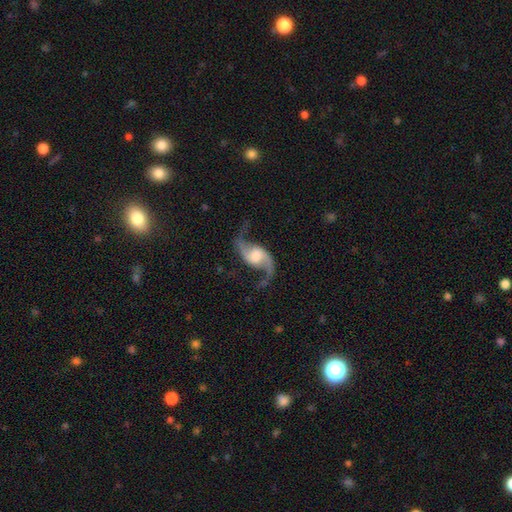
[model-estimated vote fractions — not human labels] This appears to be a featured or disk galaxy (92%) with no bar (43%), 2 (94%) loose (80%) spiral arms (98%) and a moderate central bulge (39%). Merging: none (77%).